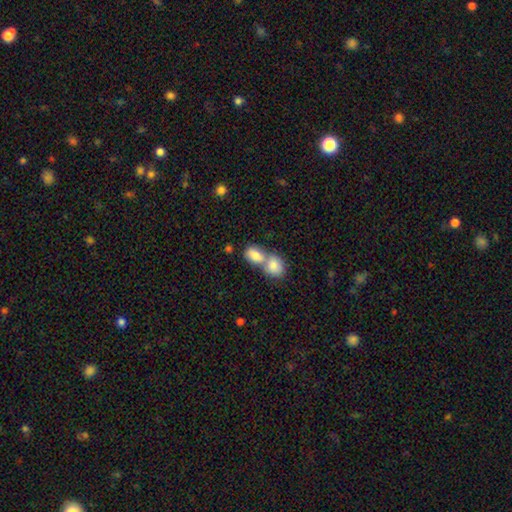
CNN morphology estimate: smooth-or-featured: smooth: 83% | featured or disk: 10% | star or artifact: 7%
  how-rounded: in between: 76% | round: 22% | cigar-shaped: 2%
  merging: merger: 70% | none: 22% | minor disturbance: 6% | major disturbance: 3%